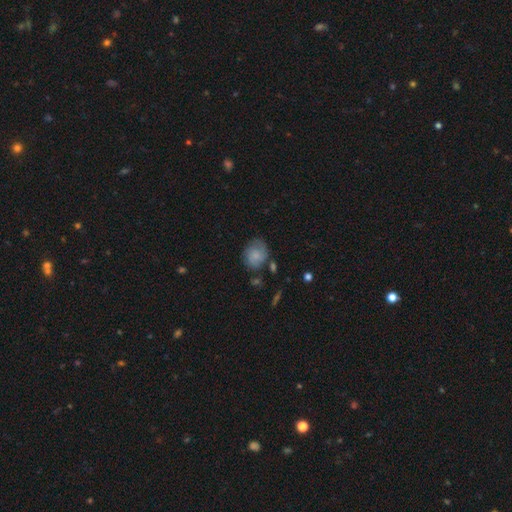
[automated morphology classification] Smooth or featured?
  - smooth: 74% *
  - featured or disk: 18%
  - star or artifact: 9%
How rounded?
  - round: 58% *
  - in between: 41%
  - cigar-shaped: 1%
Merging?
  - none: 59% *
  - minor disturbance: 26%
  - major disturbance: 9%
  - merger: 5%